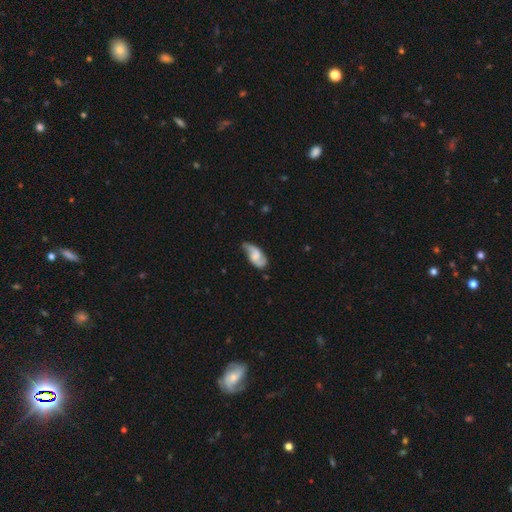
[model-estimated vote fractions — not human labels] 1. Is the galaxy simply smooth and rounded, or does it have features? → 64% featured or disk, 29% smooth, 7% star or artifact.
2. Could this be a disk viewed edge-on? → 95% no, 5% yes.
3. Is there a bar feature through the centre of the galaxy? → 51% no, 39% weak, 10% strong.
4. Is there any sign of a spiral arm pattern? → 91% yes, 9% no.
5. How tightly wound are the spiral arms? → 47% loose, 38% medium, 15% tight.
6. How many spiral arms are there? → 83% 2, 7% can't tell, 6% 1, 2% 3, 1% 4, 1% more than 4.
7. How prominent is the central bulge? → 35% none, 27% moderate, 23% small, 14% large, 2% dominant.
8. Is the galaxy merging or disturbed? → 49% none, 32% minor disturbance, 15% major disturbance, 3% merger.